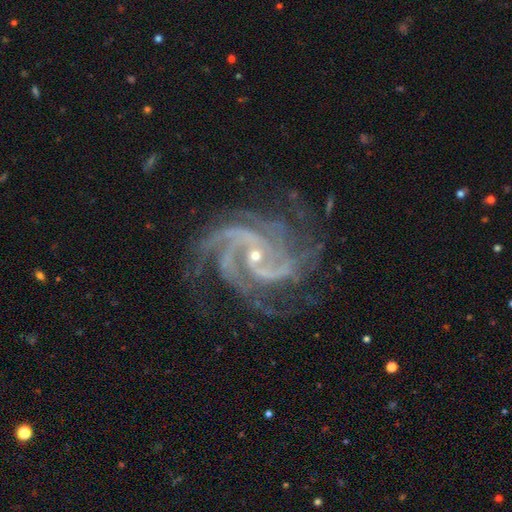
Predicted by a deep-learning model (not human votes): Smooth or featured? Predicted: featured or disk (p=0.93). Edge-on disk? Predicted: no (p=0.98). Bar? Predicted: no (p=0.51). Spiral arms? Predicted: yes (p=0.99). Spiral winding? Predicted: tight (p=0.47). Spiral arm count? Predicted: 3 (p=0.29). Bulge size? Predicted: small (p=0.75). Merging? Predicted: none (p=0.68).